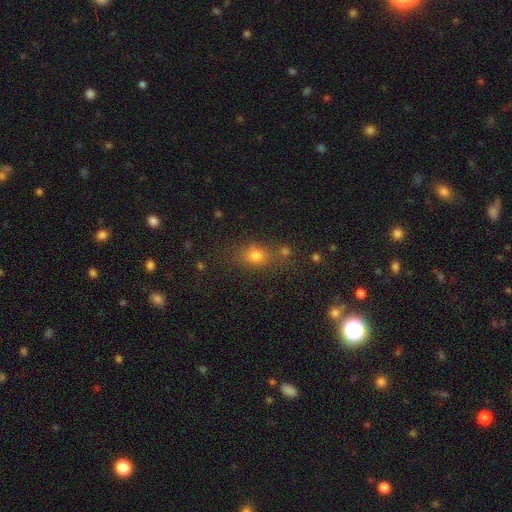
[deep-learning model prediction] The model was most divided on "how rounded": in between: 50%, round: 45%, cigar-shaped: 5%. More confident: smooth or featured — smooth (73%); merging — none (64%).